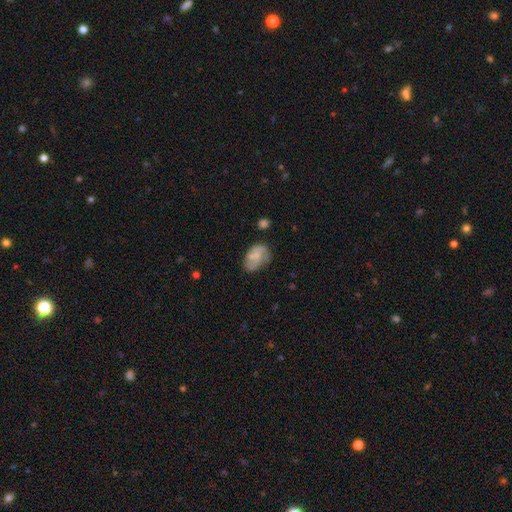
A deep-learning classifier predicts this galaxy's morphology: type=smooth (49%); merging=none (54%).